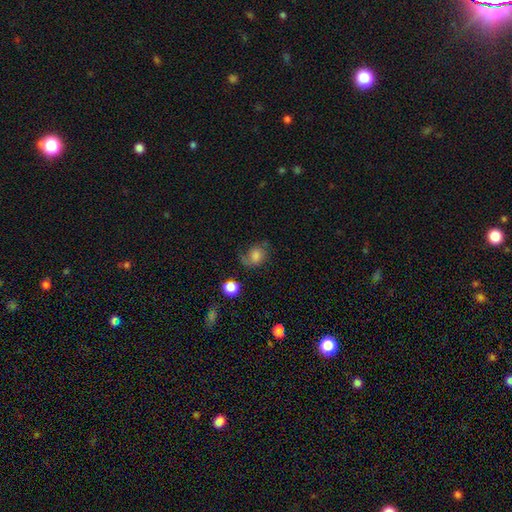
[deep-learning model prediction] Morphology: type=smooth (62%); roundness=round (54%); merging=none (49%).